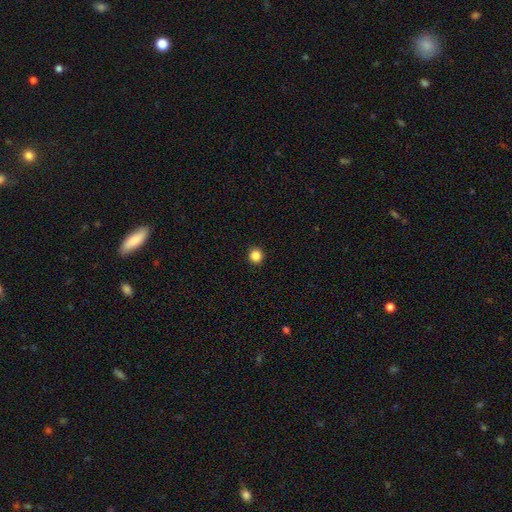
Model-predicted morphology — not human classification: Smooth or featured? Predicted: smooth (p=0.86). How rounded? Predicted: round (p=0.94). Merging? Predicted: none (p=0.94).